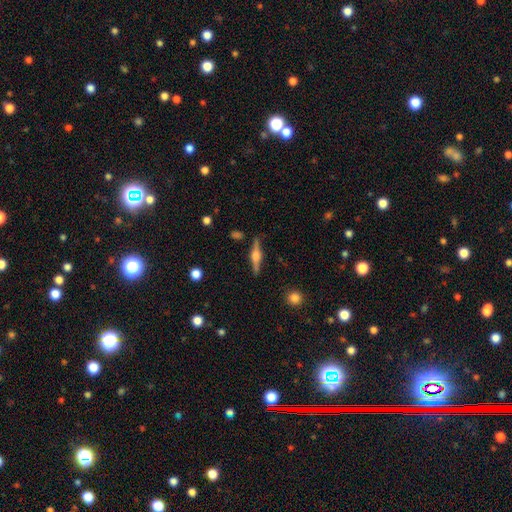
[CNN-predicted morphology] Overall: featured or disk (74%). Edge-on disk: yes (98%). Edge-on bulge: rounded (85%). Merging: none (88%).